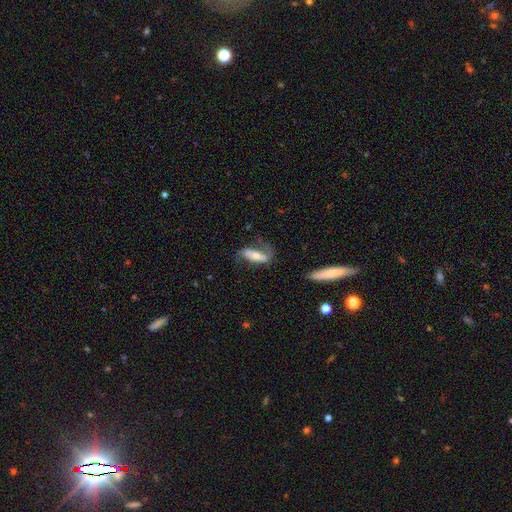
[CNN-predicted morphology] type=featured or disk (60%); edge-on=no (80%); merging=none (52%).